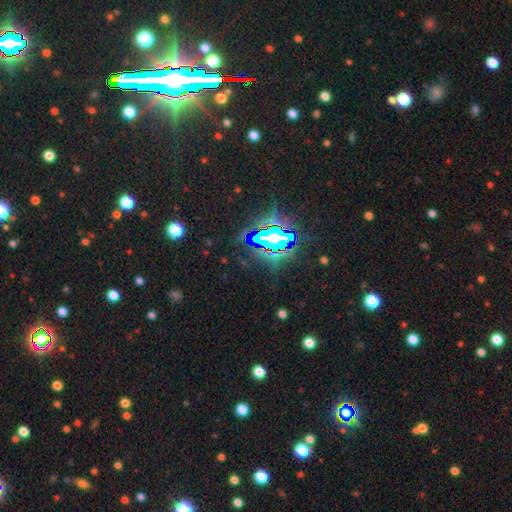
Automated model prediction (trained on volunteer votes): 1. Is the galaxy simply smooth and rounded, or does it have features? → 82% star or artifact, 9% smooth, 8% featured or disk.